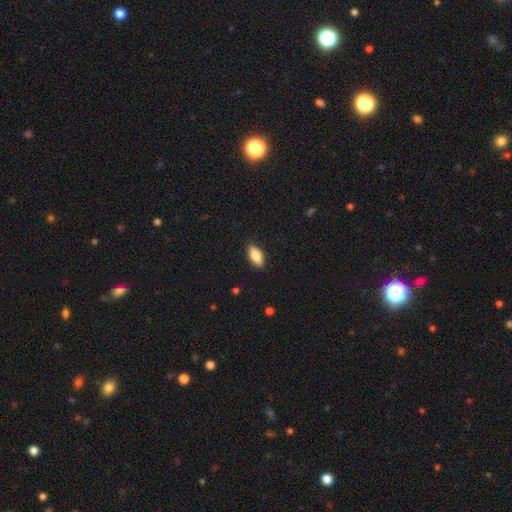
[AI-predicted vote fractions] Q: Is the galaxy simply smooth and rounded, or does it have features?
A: smooth — 79%.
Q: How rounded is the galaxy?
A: in between — 83%.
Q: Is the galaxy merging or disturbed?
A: none — 88%.